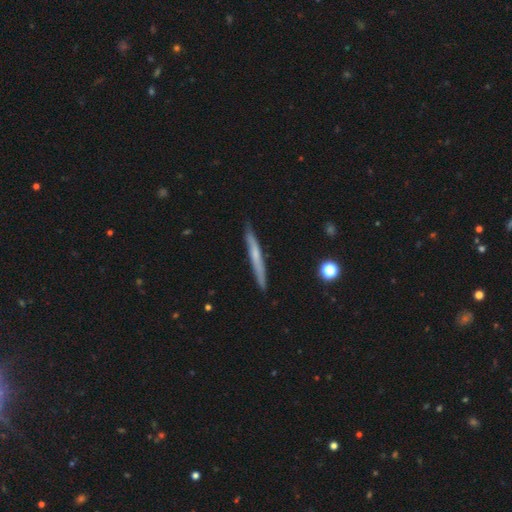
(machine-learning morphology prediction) Smooth or featured?
  - featured or disk: 48% *
  - smooth: 46%
  - star or artifact: 6%
Merging?
  - none: 87% *
  - minor disturbance: 10%
  - major disturbance: 2%
  - merger: 1%